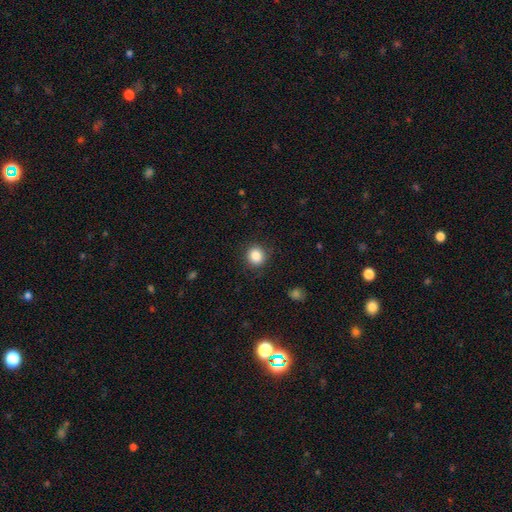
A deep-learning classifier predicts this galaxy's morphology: smooth-or-featured: smooth: 86% | star or artifact: 10% | featured or disk: 4%
  how-rounded: round: 87% | in between: 12% | cigar-shaped: 1%
  merging: none: 88% | minor disturbance: 8% | major disturbance: 3% | merger: 1%